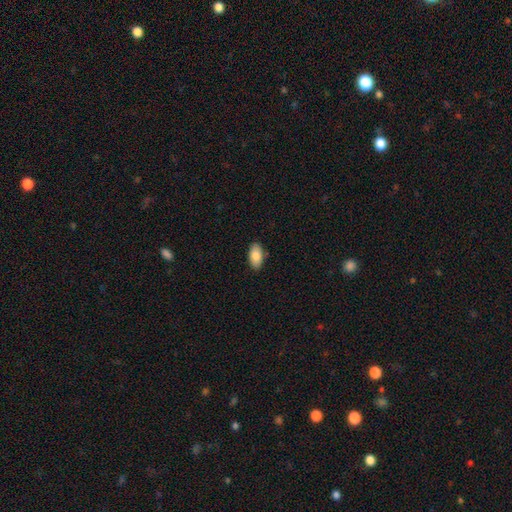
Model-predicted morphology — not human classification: type=smooth (85%); roundness=in between (94%); merging=none (88%).